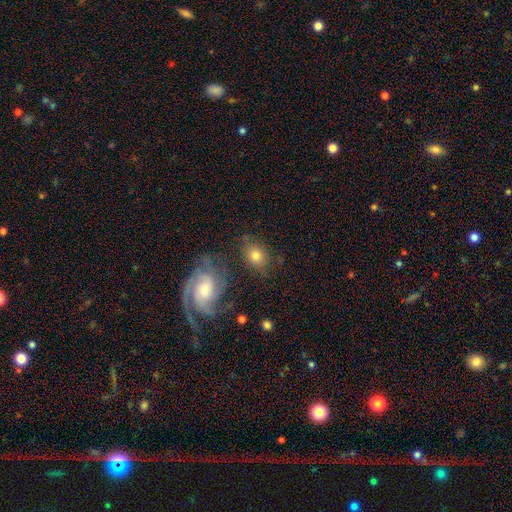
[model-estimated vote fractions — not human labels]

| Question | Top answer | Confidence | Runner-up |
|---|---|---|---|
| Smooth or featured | smooth | 66% | featured or disk (24%) |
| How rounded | in between | 56% | round (43%) |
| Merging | none | 69% | minor disturbance (15%) |